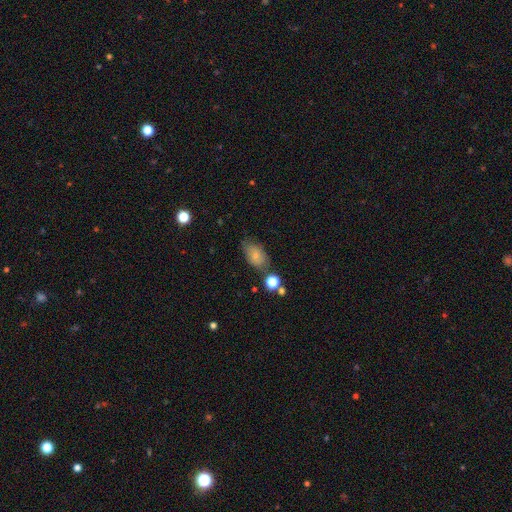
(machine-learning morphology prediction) This appears to be a smooth galaxy with no disk features (73%) that is in between round and cigar-shaped (86%). Merging: none (61%).